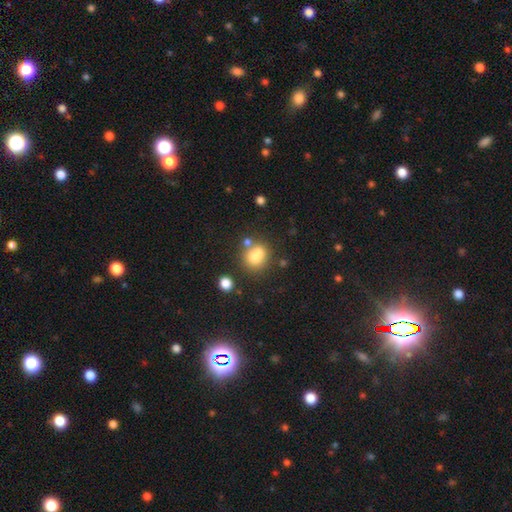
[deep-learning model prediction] Smooth or featured: smooth — 71% (featured or disk — 16%)
How rounded: round — 74% (in between — 25%)
Merging: none — 45% (merger — 37%)